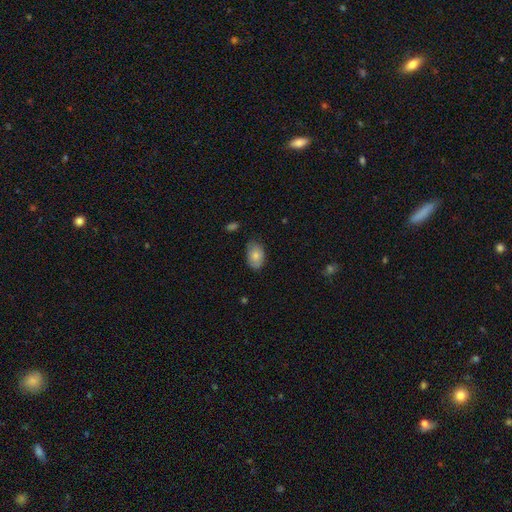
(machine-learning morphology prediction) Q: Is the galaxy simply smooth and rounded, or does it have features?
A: smooth — 81%.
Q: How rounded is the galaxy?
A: in between — 88%.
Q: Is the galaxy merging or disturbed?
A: none — 74%.